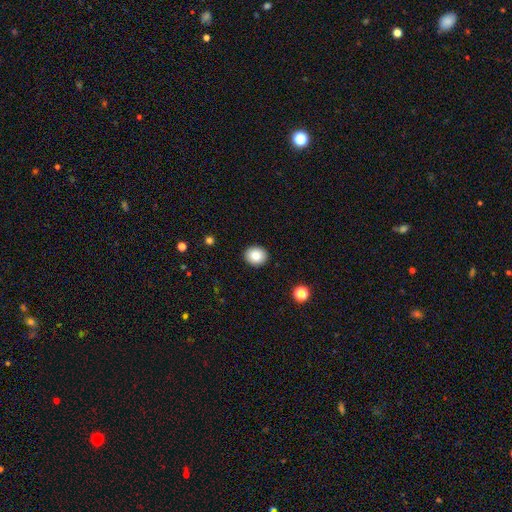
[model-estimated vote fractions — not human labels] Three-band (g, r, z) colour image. It shows a smooth galaxy with no disk features (86%) that is round (73%). Merging: none (92%).